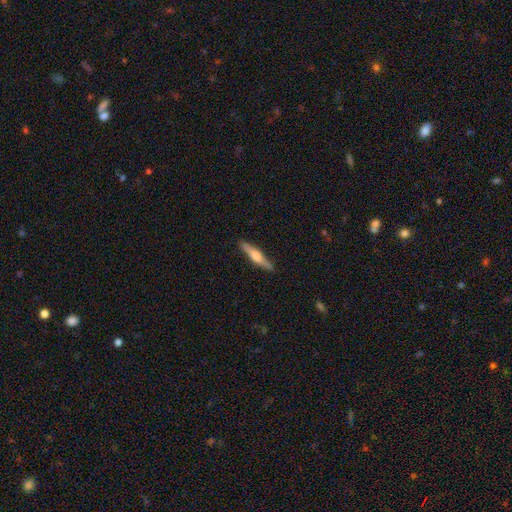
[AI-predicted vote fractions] Overall: featured or disk (61%; smooth 34%). Edge-on disk: yes (97%). Edge-on bulge: rounded (87%). Merging: none (90%).